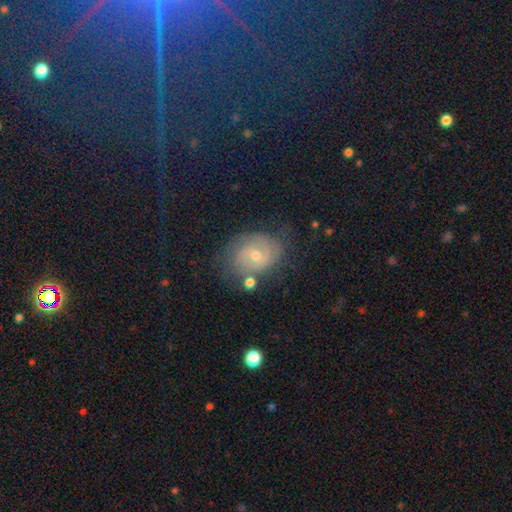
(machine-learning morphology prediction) A featured or disk galaxy (71%) with no bar (61%), 2 (57%) tight (51%) spiral arms (86%) and a small central bulge (50%). Merging: none (67%).